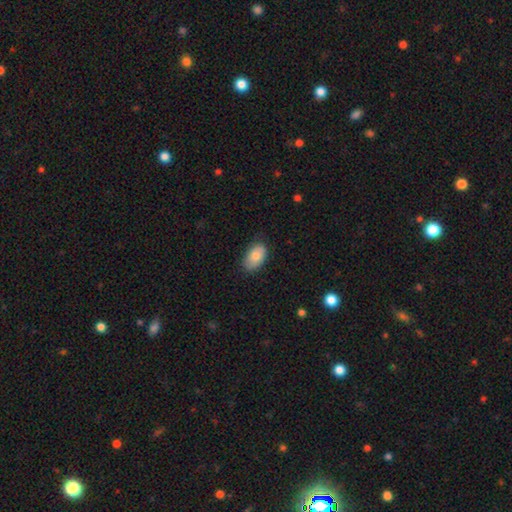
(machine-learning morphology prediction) type=smooth (79%); roundness=in between (93%); merging=none (79%).